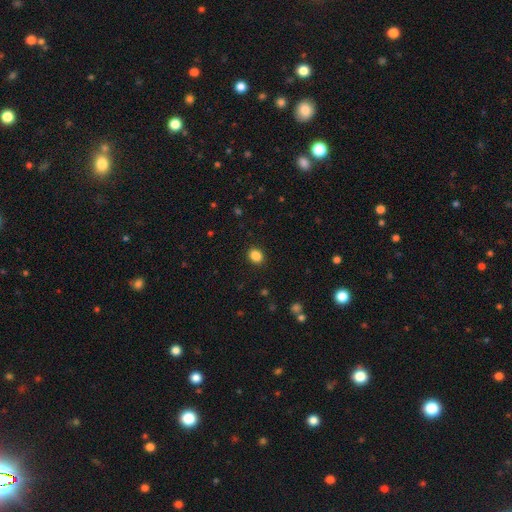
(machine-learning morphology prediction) Q: Smooth or featured?
A: smooth (87%); runner-up: star or artifact (10%)
Q: How rounded?
A: in between (50%); runner-up: round (49%)
Q: Merging?
A: none (91%); runner-up: minor disturbance (6%)